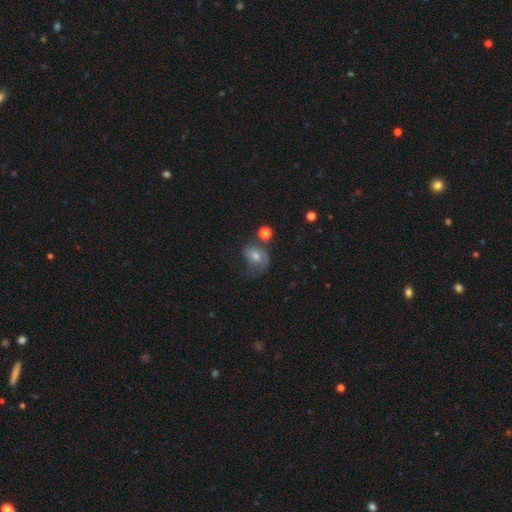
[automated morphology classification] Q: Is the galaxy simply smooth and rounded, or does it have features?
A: featured or disk — 58%.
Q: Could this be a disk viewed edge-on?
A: no — 97%.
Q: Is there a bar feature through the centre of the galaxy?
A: no — 60%.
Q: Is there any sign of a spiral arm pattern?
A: yes — 86%.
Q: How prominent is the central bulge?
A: moderate — 56%.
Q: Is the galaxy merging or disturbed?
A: none — 48%.